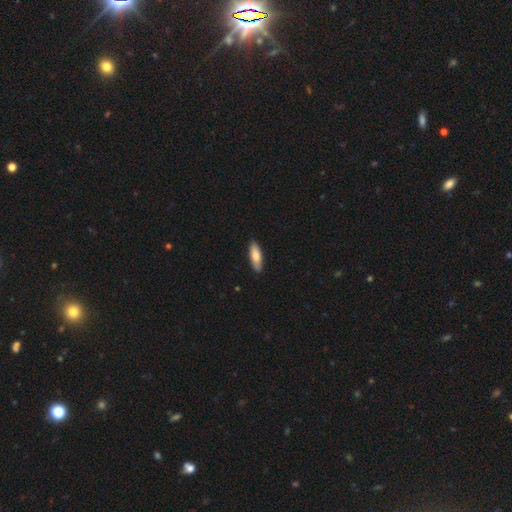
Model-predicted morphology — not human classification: Smooth or featured? smooth (76%)
How rounded? in between (58%)
Merging? none (89%)